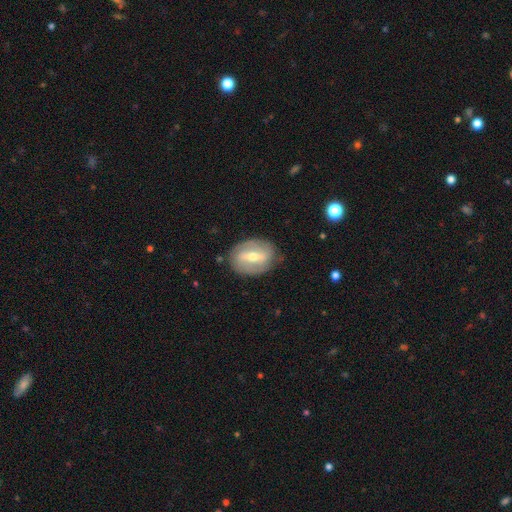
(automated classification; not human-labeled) This appears to be a featured or disk galaxy (67%) with a strong bar (54%), spiral arms (54%) and a moderate central bulge (64%). Merging: none (80%).